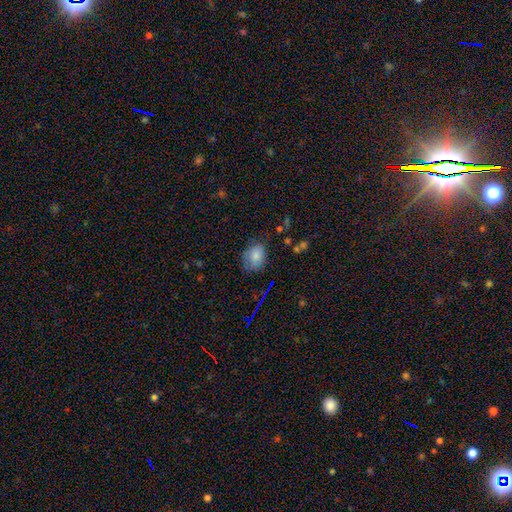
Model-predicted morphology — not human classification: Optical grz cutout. It shows a smooth galaxy with no disk features (81%) that is in between round and cigar-shaped (69%). Merging: none (67%).